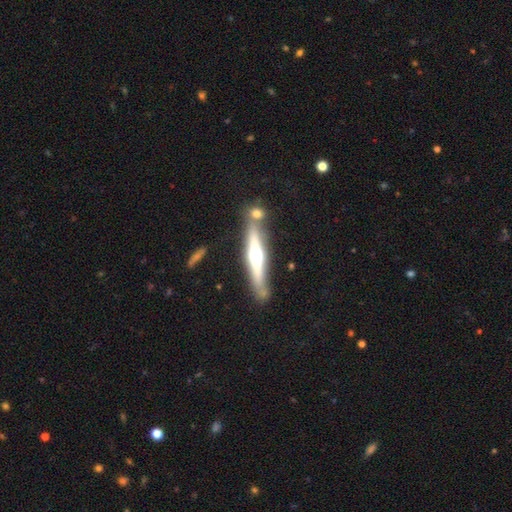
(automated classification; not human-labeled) Smooth or featured?
  - featured or disk: 68% *
  - smooth: 26%
  - star or artifact: 6%
Edge-on disk?
  - yes: 93% *
  - no: 7%
Edge-on bulge?
  - rounded: 88% *
  - boxy: 7%
  - none: 5%
Merging?
  - none: 69% *
  - merger: 15%
  - minor disturbance: 12%
  - major disturbance: 4%